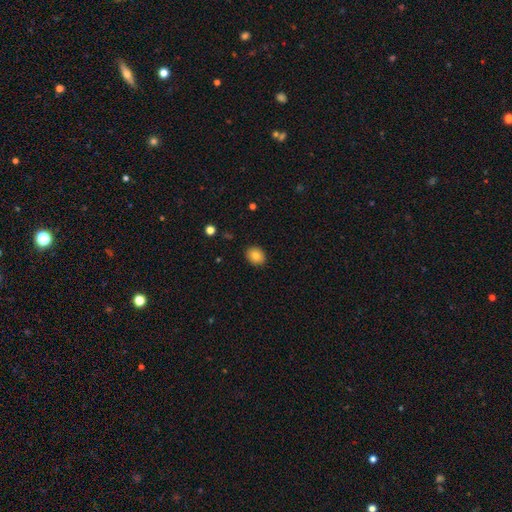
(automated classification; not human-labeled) smooth 81%, star or artifact 9%, featured or disk 9%. Down the decision tree: how rounded — round (56%); merging — none (89%).